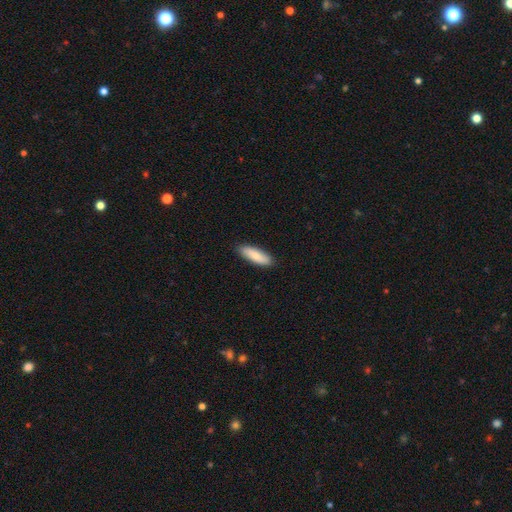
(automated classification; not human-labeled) This is clearly a smooth galaxy (80%). How rounded: possibly in between (50%). Merging: clearly none (89%).